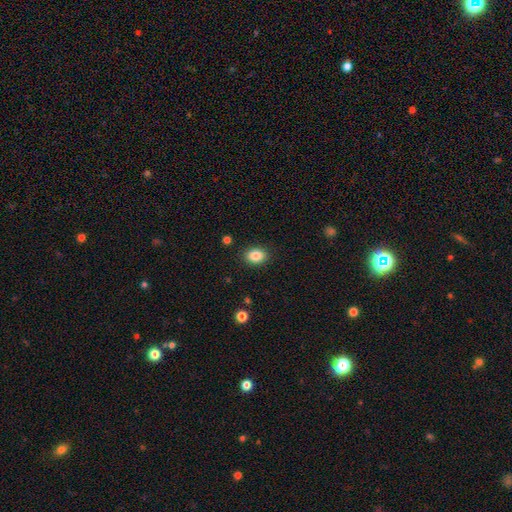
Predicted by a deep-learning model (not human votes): Q: Smooth or featured?
A: smooth (86%); runner-up: star or artifact (9%)
Q: How rounded?
A: in between (69%); runner-up: round (30%)
Q: Merging?
A: none (89%); runner-up: minor disturbance (8%)